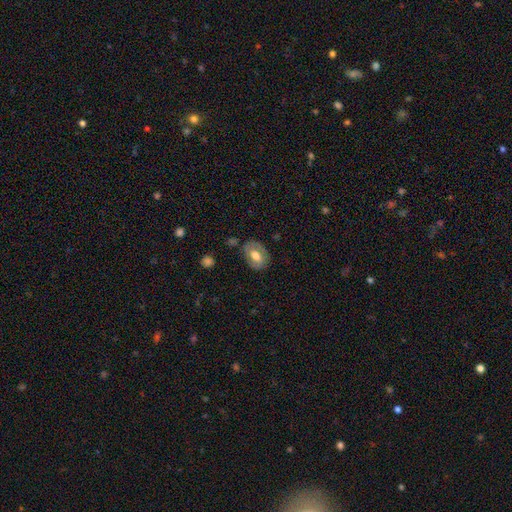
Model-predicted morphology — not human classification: Q: Smooth or featured?
A: smooth (54%); runner-up: featured or disk (39%)
Q: How rounded?
A: in between (80%); runner-up: round (19%)
Q: Merging?
A: none (75%); runner-up: minor disturbance (17%)